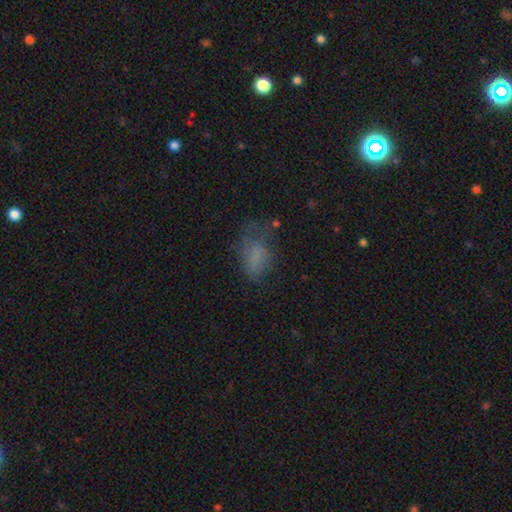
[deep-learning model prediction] Smooth or featured: smooth — 66% (featured or disk — 17%)
How rounded: in between — 86% (round — 11%)
Merging: none — 41% (minor disturbance — 28%)